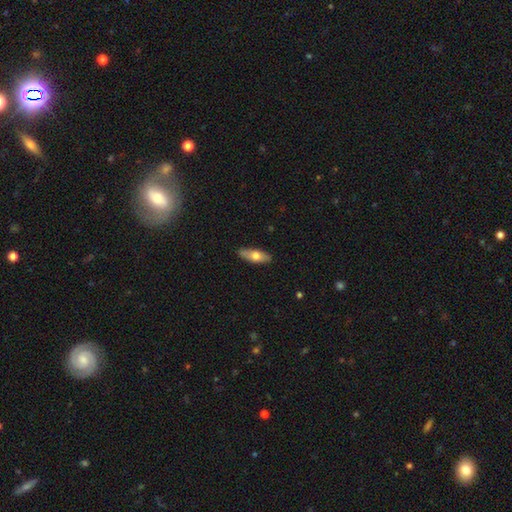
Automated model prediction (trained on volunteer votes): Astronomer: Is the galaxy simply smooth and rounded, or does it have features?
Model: smooth — 62%.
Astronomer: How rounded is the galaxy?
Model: in between — 63%.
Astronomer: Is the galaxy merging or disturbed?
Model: none — 87%.